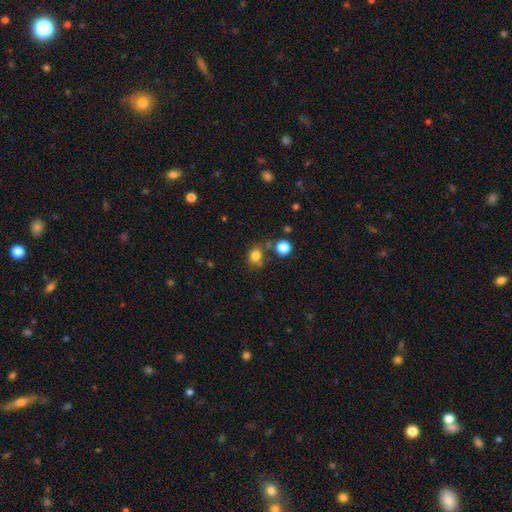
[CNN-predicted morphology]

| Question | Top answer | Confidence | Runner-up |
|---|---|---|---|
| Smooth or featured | smooth | 79% | star or artifact (14%) |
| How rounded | round | 65% | in between (34%) |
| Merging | none | 66% | minor disturbance (15%) |